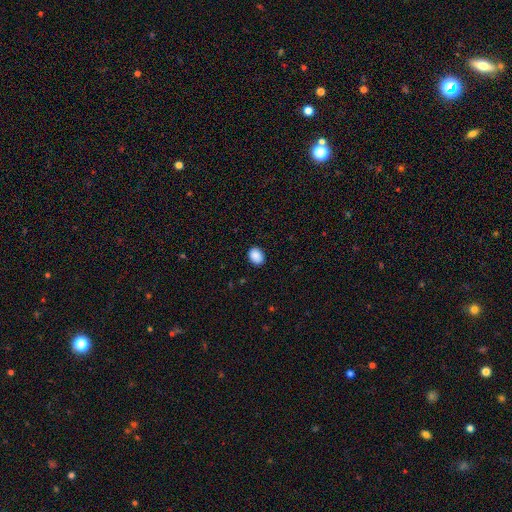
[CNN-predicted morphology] A smooth galaxy with no disk features (89%) that is in between round and cigar-shaped (61%).

Vote fractions:
- Smooth or featured? smooth: 89% / star or artifact: 8% / featured or disk: 3%
- How rounded? in between: 61% / round: 38% / cigar-shaped: 1%
- Merging? none: 87% / minor disturbance: 10% / major disturbance: 2% / merger: 1%